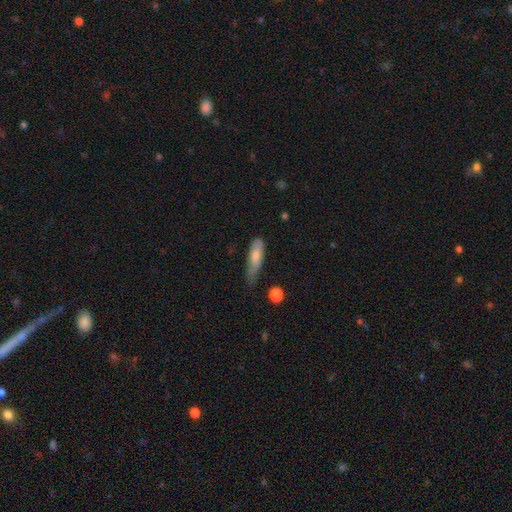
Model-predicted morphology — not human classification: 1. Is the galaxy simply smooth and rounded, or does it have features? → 73% smooth, 21% featured or disk, 6% star or artifact.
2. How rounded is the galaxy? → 51% in between, 47% cigar-shaped, 2% round.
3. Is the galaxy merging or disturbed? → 43% minor disturbance, 36% none, 17% major disturbance, 3% merger.